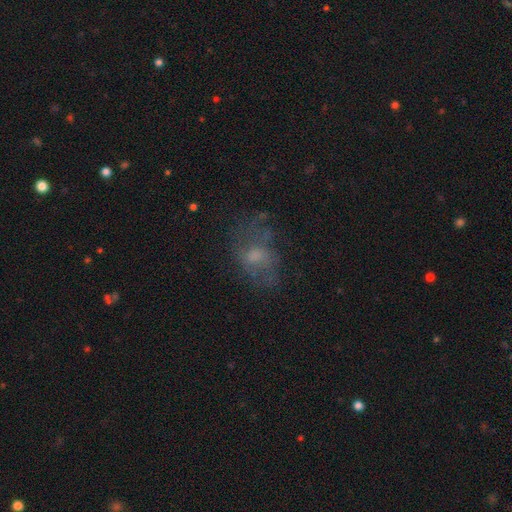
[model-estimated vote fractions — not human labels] smooth-or-featured: smooth: 39% | featured or disk: 36% | star or artifact: 24%
  merging: none: 58% | minor disturbance: 20% | major disturbance: 19% | merger: 3%